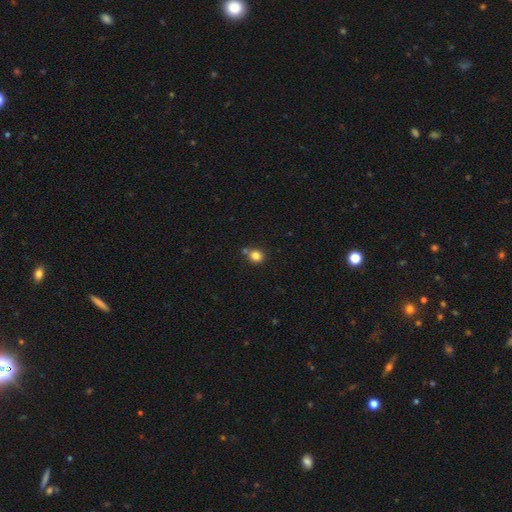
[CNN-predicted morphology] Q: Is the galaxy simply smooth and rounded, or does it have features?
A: smooth — 82%.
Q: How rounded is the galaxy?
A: round — 84%.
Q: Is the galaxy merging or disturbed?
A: none — 68%.